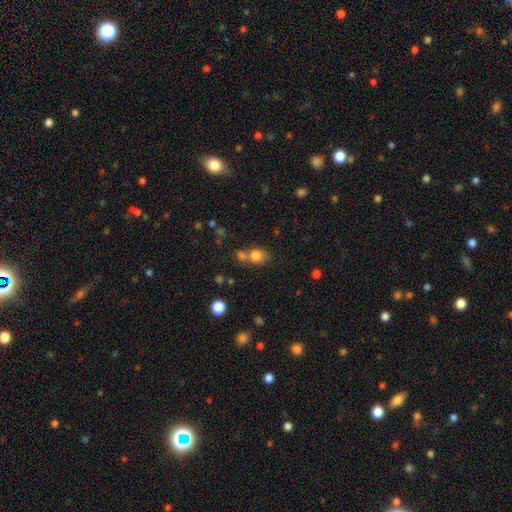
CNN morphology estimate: Smooth or featured?
  - smooth: 78% *
  - star or artifact: 12%
  - featured or disk: 10%
How rounded?
  - round: 63% *
  - in between: 36%
  - cigar-shaped: 1%
Merging?
  - none: 42% *
  - merger: 40%
  - minor disturbance: 12%
  - major disturbance: 5%